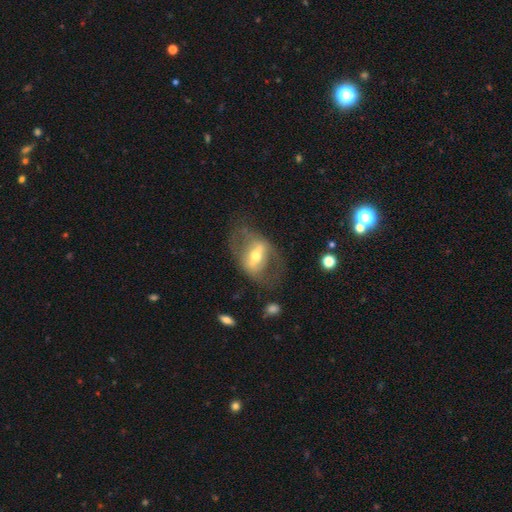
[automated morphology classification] Smooth or featured?
  - featured or disk: 69% *
  - smooth: 24%
  - star or artifact: 7%
Edge-on disk?
  - no: 87% *
  - yes: 13%
Bar?
  - strong: 58% *
  - weak: 27%
  - no: 15%
Spiral arms?
  - no: 58% *
  - yes: 42%
Bulge size?
  - moderate: 62% *
  - small: 26%
  - large: 9%
  - dominant: 1%
  - none: 1%
Merging?
  - none: 59% *
  - major disturbance: 21%
  - minor disturbance: 18%
  - merger: 2%